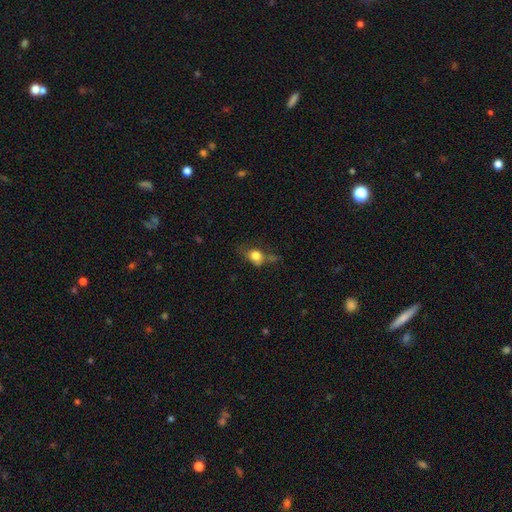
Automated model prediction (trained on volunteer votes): Morphology: type=smooth (75%); roundness=in between (55%); merging=none (41%).